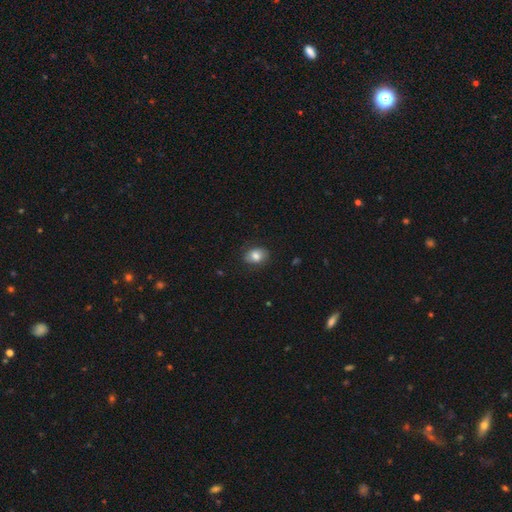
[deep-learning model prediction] Smooth or featured? smooth (80%)
How rounded? in between (66%)
Merging? none (79%)